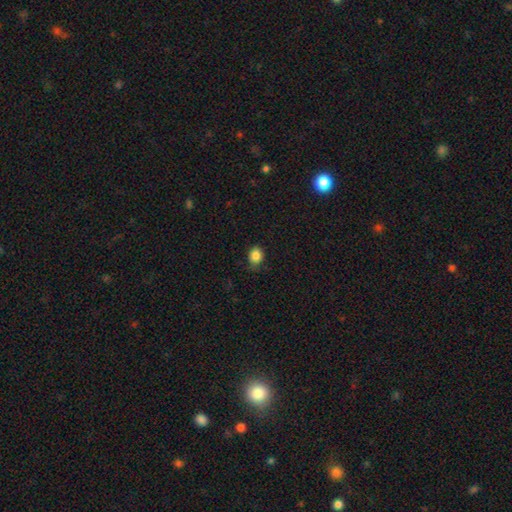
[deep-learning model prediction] smooth 86%, star or artifact 10%, featured or disk 4%. Down the decision tree: how rounded — round (58%); merging — none (72%).